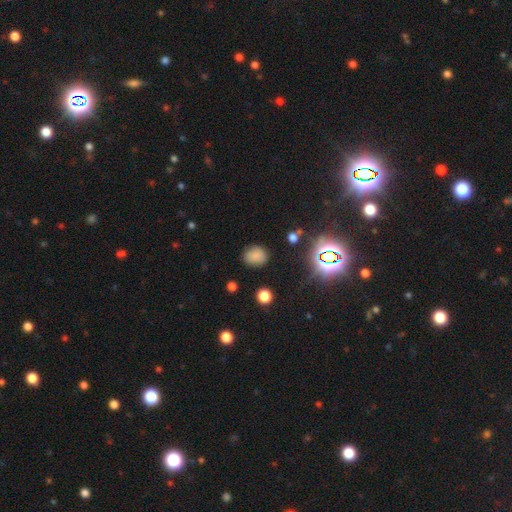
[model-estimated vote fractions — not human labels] Smooth or featured?
  - smooth: 76% *
  - star or artifact: 17%
  - featured or disk: 7%
How rounded?
  - round: 67% *
  - in between: 31%
  - cigar-shaped: 1%
Merging?
  - none: 84% *
  - minor disturbance: 11%
  - major disturbance: 3%
  - merger: 2%